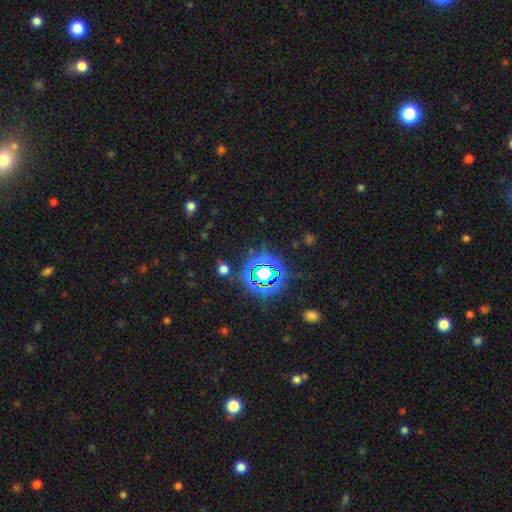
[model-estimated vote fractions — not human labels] A star or artifact, not a galaxy (74%).